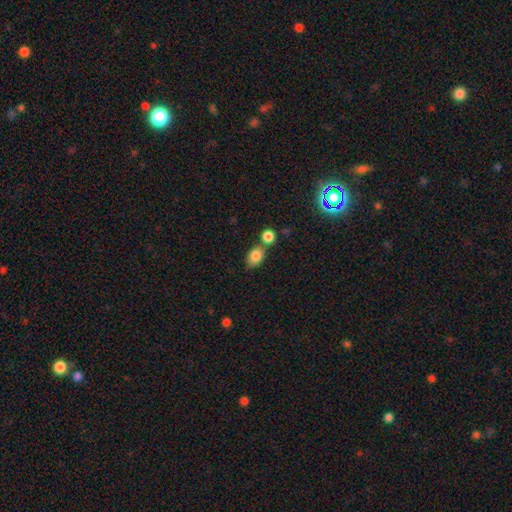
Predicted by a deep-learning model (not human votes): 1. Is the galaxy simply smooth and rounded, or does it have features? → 83% smooth, 10% star or artifact, 8% featured or disk.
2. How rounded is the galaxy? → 71% in between, 27% round, 2% cigar-shaped.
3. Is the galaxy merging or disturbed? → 52% none, 32% merger, 12% minor disturbance, 4% major disturbance.